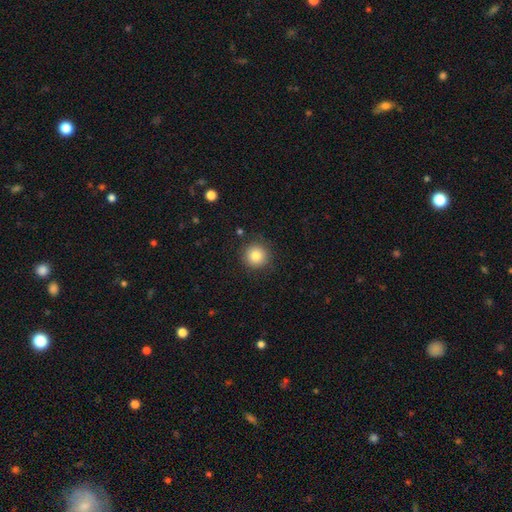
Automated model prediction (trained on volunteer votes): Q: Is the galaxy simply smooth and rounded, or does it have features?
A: smooth — 82%.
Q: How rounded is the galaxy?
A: round — 95%.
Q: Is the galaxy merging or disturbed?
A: none — 89%.